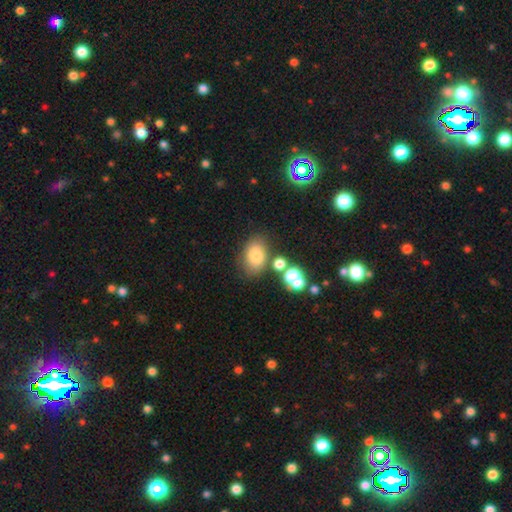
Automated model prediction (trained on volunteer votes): Smooth or featured?
  - smooth: 76% *
  - featured or disk: 13%
  - star or artifact: 12%
How rounded?
  - in between: 79% *
  - round: 20%
  - cigar-shaped: 1%
Merging?
  - none: 67% *
  - minor disturbance: 15%
  - merger: 13%
  - major disturbance: 6%